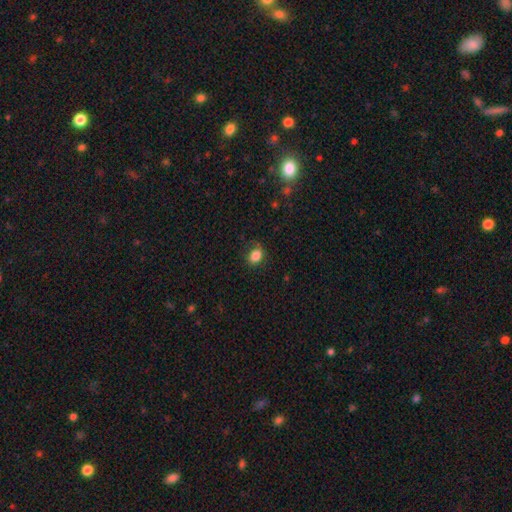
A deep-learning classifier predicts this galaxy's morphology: A smooth galaxy with no disk features (85%) that is in between round and cigar-shaped (61%).

Vote fractions:
- Smooth or featured? smooth: 85% / star or artifact: 10% / featured or disk: 5%
- How rounded? in between: 61% / round: 38% / cigar-shaped: 1%
- Merging? none: 79% / minor disturbance: 16% / major disturbance: 4% / merger: 1%